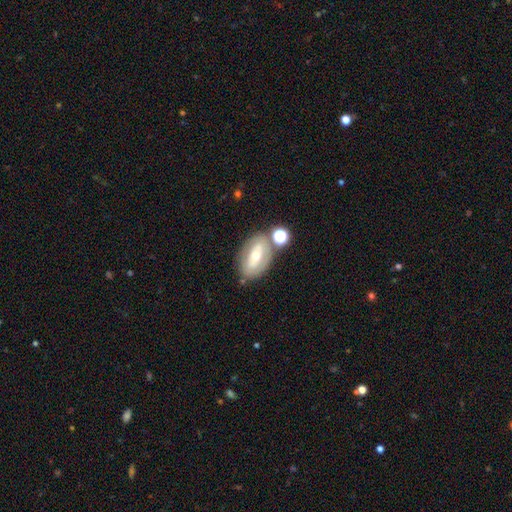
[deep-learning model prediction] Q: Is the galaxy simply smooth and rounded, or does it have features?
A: featured or disk — 51%.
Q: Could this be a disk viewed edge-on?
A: no — 88%.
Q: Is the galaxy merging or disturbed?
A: none — 65%.